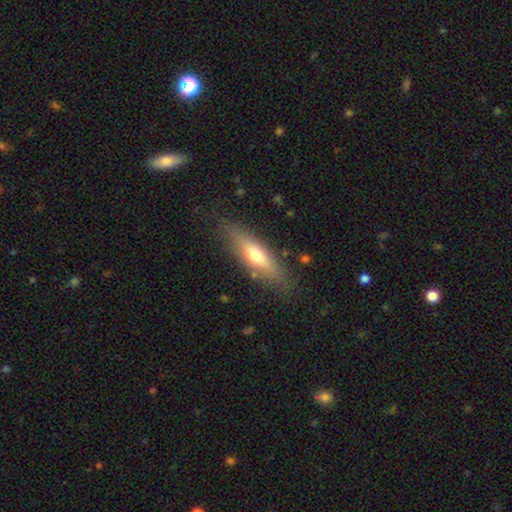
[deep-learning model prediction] smooth-or-featured: smooth: 53% | featured or disk: 40% | star or artifact: 7%
  how-rounded: cigar-shaped: 61% | in between: 37% | round: 2%
  merging: none: 81% | minor disturbance: 13% | major disturbance: 4% | merger: 2%